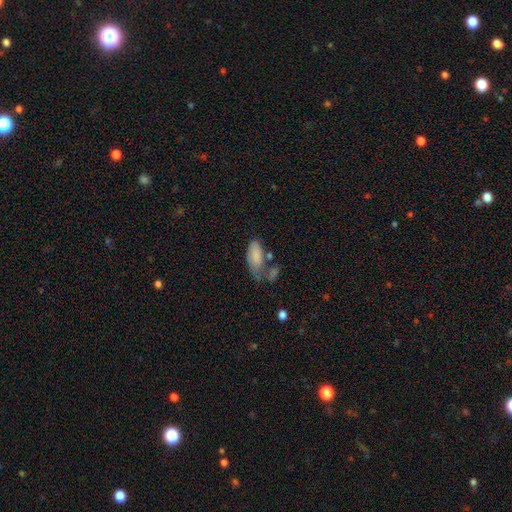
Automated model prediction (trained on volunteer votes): Smooth or featured?
  - smooth: 80% *
  - featured or disk: 13%
  - star or artifact: 7%
How rounded?
  - in between: 88% *
  - cigar-shaped: 10%
  - round: 2%
Merging?
  - none: 36% *
  - minor disturbance: 28%
  - merger: 19%
  - major disturbance: 18%